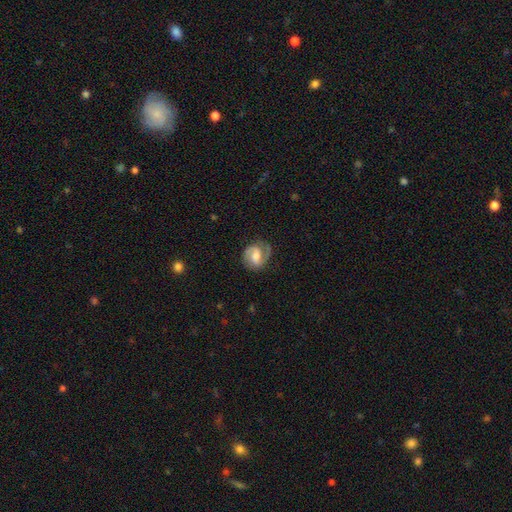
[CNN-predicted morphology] type=featured or disk (83%); edge-on=no (98%); bar=weak (52%); spiral arms=yes (96%); winding=medium (53%); arm count=2 (88%); bulge=moderate (54%); merging=none (79%).